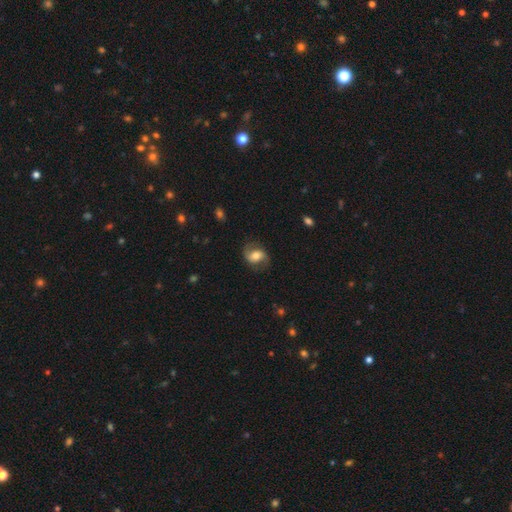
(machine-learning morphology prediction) This is possibly a featured or disk galaxy (59%). It is clearly not viewed edge-on (96%). Bar: marginally no (42%). Spiral arm pattern: clearly yes (87%). Central bulge: likely moderate (62%). Merging: likely none (75%).